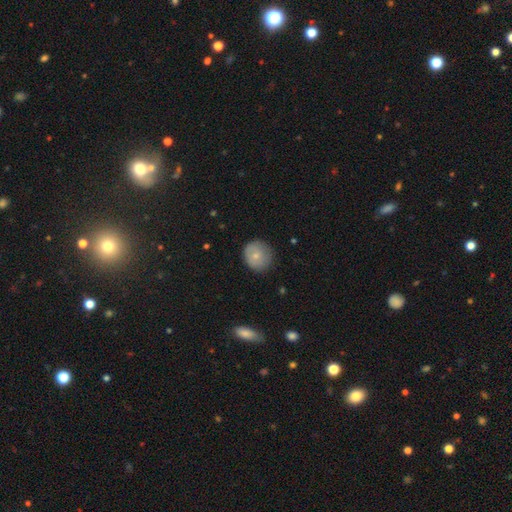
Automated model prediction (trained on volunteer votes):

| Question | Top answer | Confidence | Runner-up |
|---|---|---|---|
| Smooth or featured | smooth | 72% | featured or disk (21%) |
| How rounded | round | 88% | in between (11%) |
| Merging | none | 80% | minor disturbance (15%) |